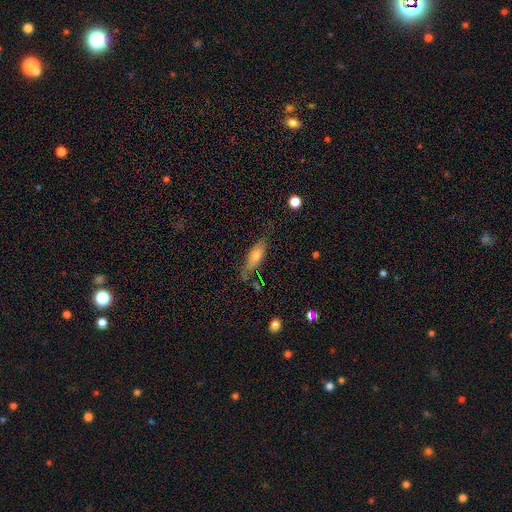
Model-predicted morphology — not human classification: smooth_or_featured: smooth (p=0.61) [alt: featured or disk p=0.30]
how_rounded: cigar-shaped (p=0.53) [alt: in between p=0.44]
merging: none (p=0.66) [alt: minor disturbance p=0.23]